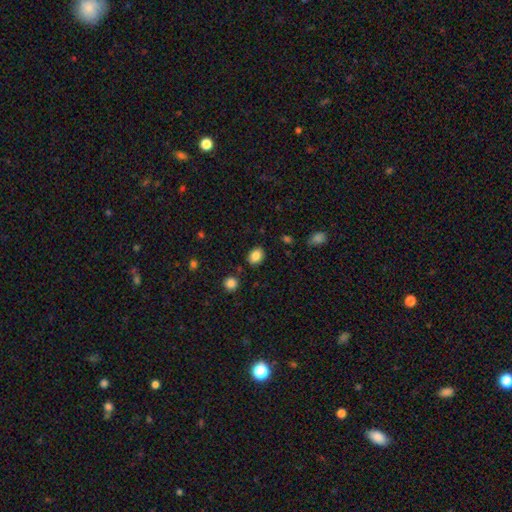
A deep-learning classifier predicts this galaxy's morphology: This is clearly a smooth galaxy (85%). How rounded: likely in between (64%). Merging: clearly none (85%).